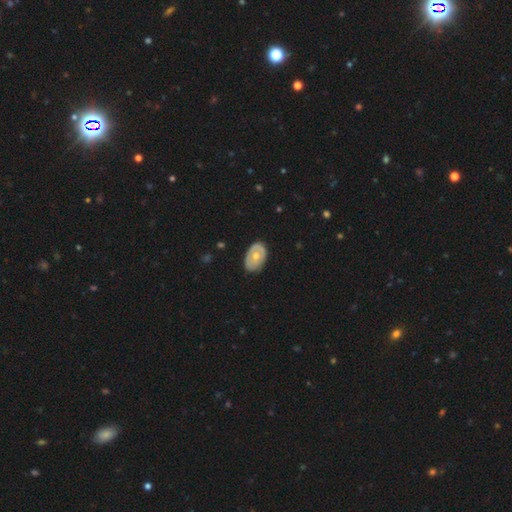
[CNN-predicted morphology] A featured or disk galaxy (50%). Merging: none (75%).